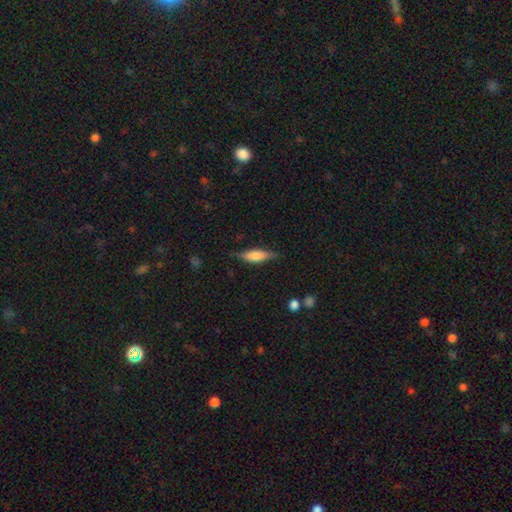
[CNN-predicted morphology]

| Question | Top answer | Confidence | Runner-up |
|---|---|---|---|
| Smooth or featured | smooth | 62% | featured or disk (31%) |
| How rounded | in between | 51% | cigar-shaped (46%) |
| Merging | none | 75% | minor disturbance (19%) |